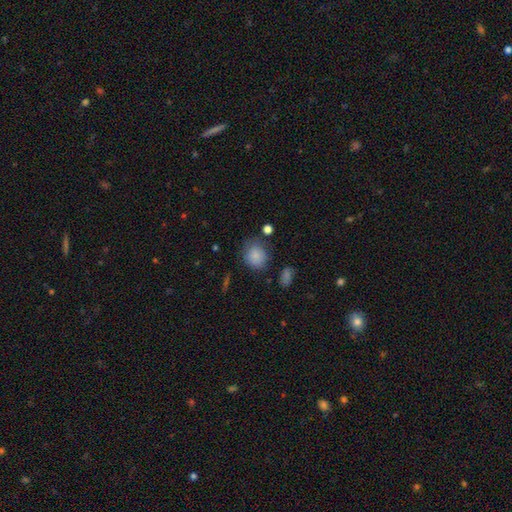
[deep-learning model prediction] smooth 85%, star or artifact 9%, featured or disk 7%. Down the decision tree: how rounded — round (73%); merging — none (69%).